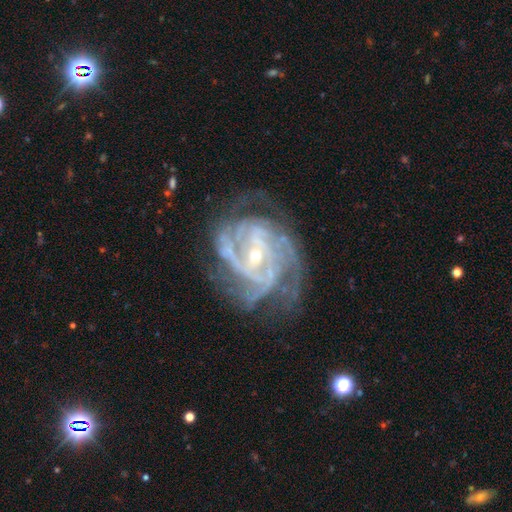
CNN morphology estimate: This appears to be a featured or disk galaxy (91%) with no bar (42%), 3 (25%, tied with 4) tight (57%) spiral arms (98%) and a small central bulge (74%). Merging: none (63%).